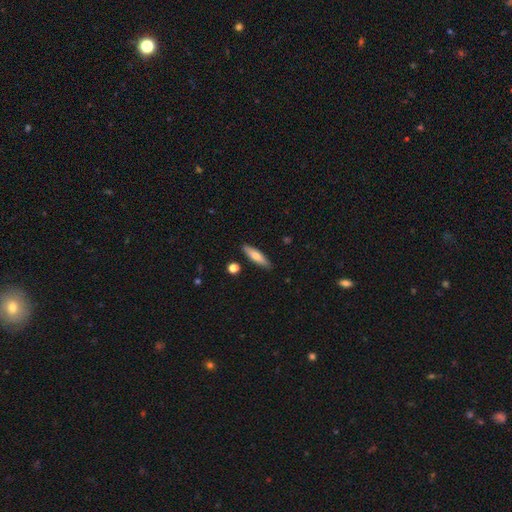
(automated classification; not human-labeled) Smooth or featured? smooth (66%)
How rounded? cigar-shaped (71%)
Merging? none (86%)